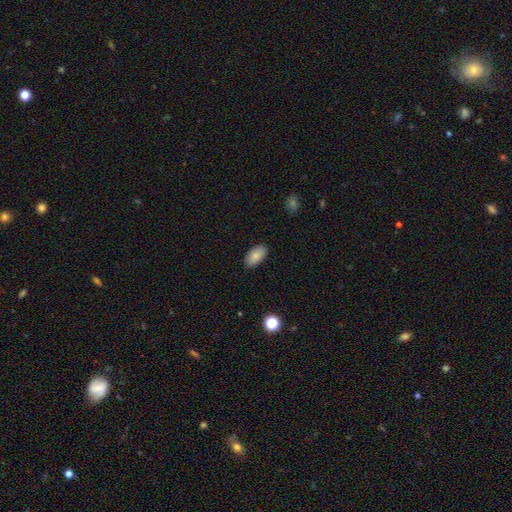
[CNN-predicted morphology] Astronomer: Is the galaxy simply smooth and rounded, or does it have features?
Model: smooth — 84%.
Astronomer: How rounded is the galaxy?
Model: in between — 94%.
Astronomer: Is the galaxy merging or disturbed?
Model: none — 88%.